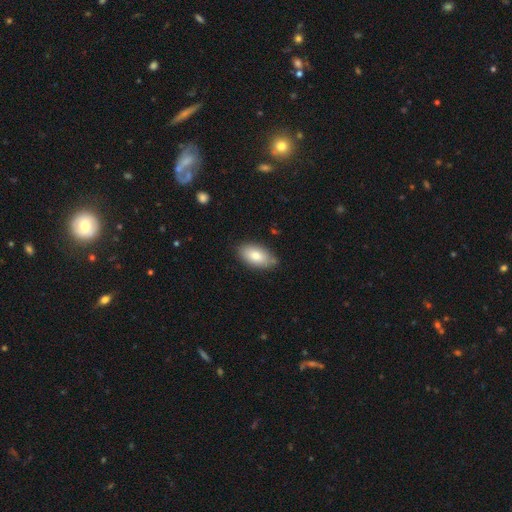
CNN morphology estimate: This is clearly a smooth galaxy (81%). How rounded: clearly in between (93%). Merging: likely none (79%).